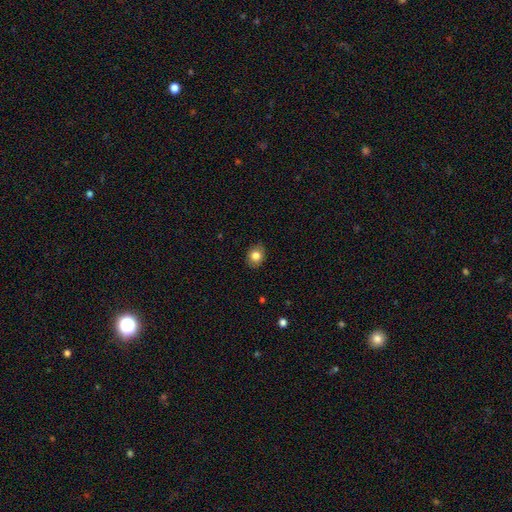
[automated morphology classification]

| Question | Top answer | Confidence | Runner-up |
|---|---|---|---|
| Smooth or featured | smooth | 82% | star or artifact (9%) |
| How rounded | round | 53% | in between (46%) |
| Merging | none | 86% | minor disturbance (11%) |